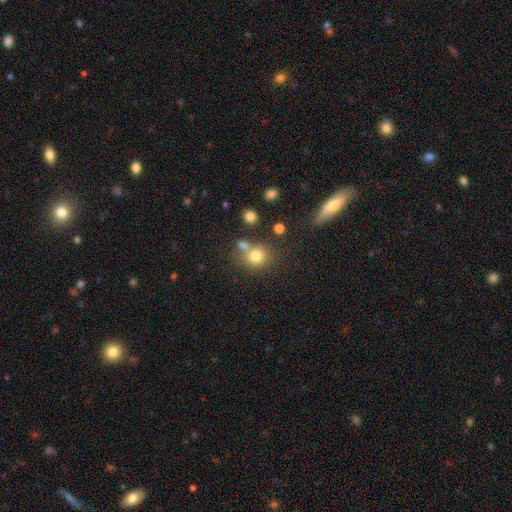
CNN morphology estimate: The model was most divided on "merging": none: 59%, merger: 23%, minor disturbance: 13%, major disturbance: 6%. More confident: how rounded — round (78%); smooth or featured — smooth (78%).